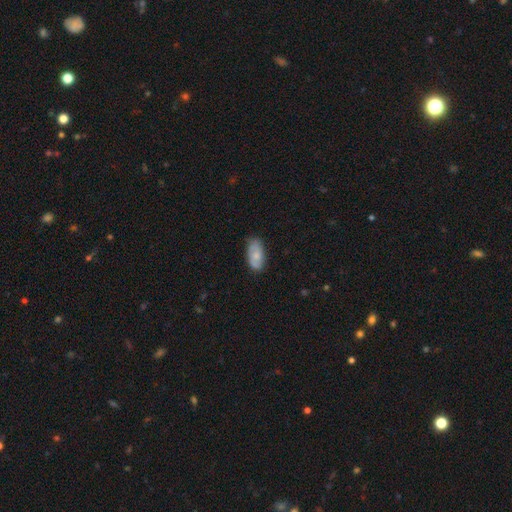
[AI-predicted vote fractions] This appears to be a smooth galaxy with no disk features (65%) that is in between round and cigar-shaped (92%). Merging: none (71%).